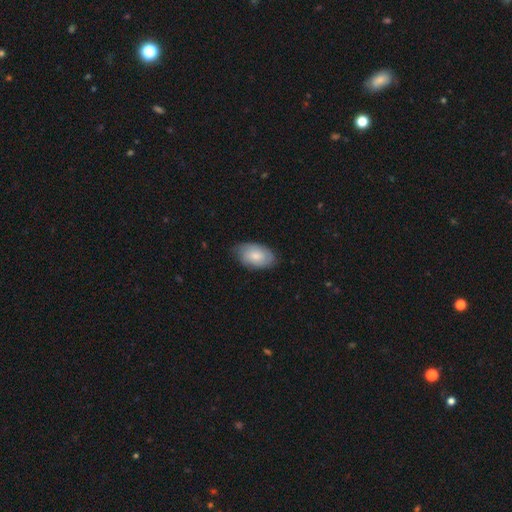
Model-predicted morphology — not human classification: This appears to be a smooth galaxy with no disk features (70%) that is in between round and cigar-shaped (93%). Merging: none (73%).